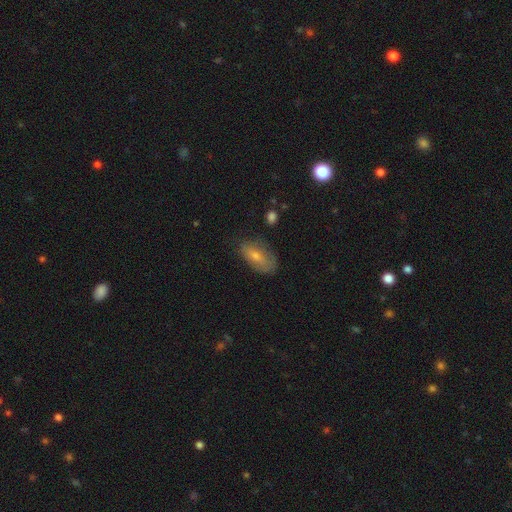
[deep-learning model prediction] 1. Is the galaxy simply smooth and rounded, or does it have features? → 62% smooth, 27% featured or disk, 10% star or artifact.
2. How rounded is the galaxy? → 87% in between, 7% cigar-shaped, 5% round.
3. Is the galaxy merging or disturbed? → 69% none, 23% minor disturbance, 6% major disturbance, 2% merger.